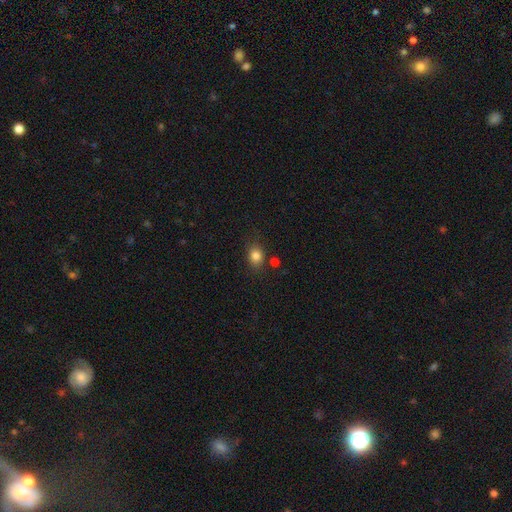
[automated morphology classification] This is clearly a smooth galaxy (83%). How rounded: possibly in between (53%). Merging: likely none (76%).